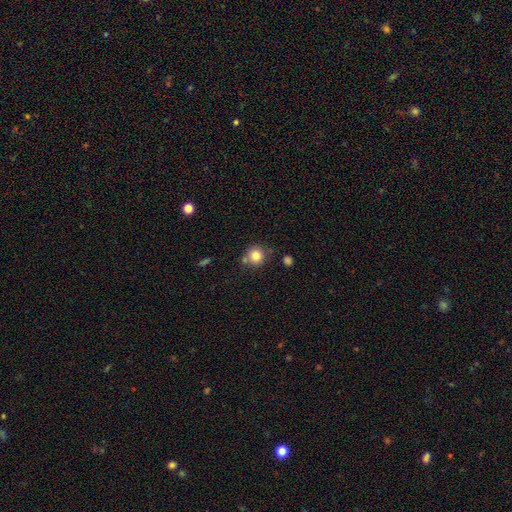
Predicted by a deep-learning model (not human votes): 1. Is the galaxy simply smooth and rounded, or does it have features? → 81% smooth, 11% star or artifact, 8% featured or disk.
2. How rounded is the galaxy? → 91% round, 8% in between, 1% cigar-shaped.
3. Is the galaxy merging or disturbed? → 71% none, 13% merger, 12% minor disturbance, 4% major disturbance.